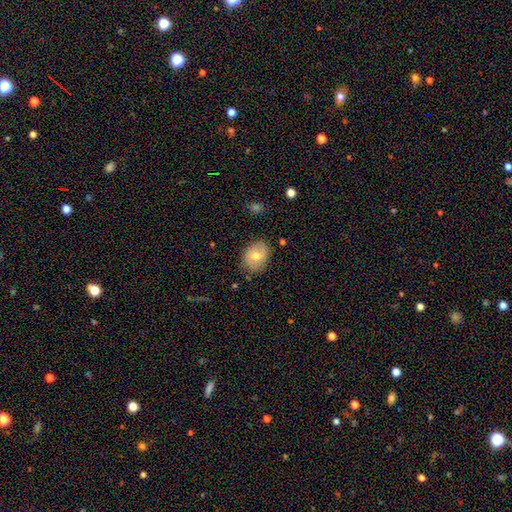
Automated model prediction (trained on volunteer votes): A smooth galaxy with no disk features (62%) that is in between round and cigar-shaped (55%).

Vote fractions:
- Smooth or featured? smooth: 62% / featured or disk: 29% / star or artifact: 8%
- How rounded? in between: 55% / round: 43% / cigar-shaped: 1%
- Merging? none: 79% / minor disturbance: 16% / major disturbance: 3% / merger: 2%